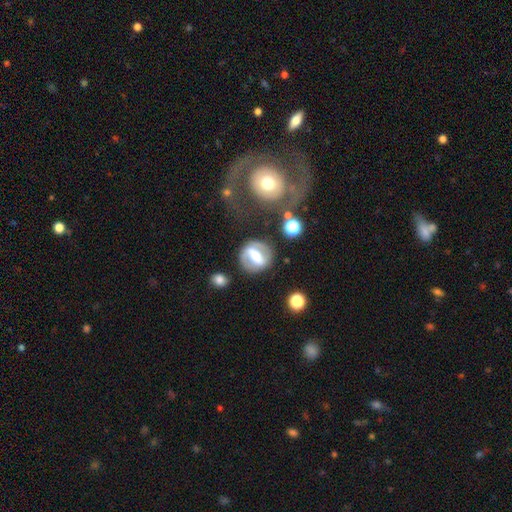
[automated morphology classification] smooth_or_featured: featured or disk (p=0.64) [alt: smooth p=0.29]
disk_edge_on: no (p=0.88) [alt: yes p=0.12]
bar: strong (p=0.72) [alt: weak p=0.19]
has_spiral_arms: no (p=0.54) [alt: yes p=0.46]
bulge_size: moderate (p=0.47) [alt: large p=0.24]
merging: none (p=0.73) [alt: minor disturbance p=0.14]